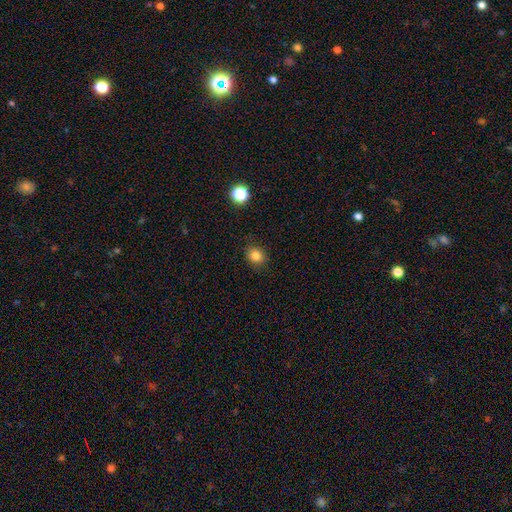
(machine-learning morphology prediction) Q: Smooth or featured?
A: smooth (81%); runner-up: star or artifact (13%)
Q: How rounded?
A: round (66%); runner-up: in between (34%)
Q: Merging?
A: none (87%); runner-up: minor disturbance (9%)